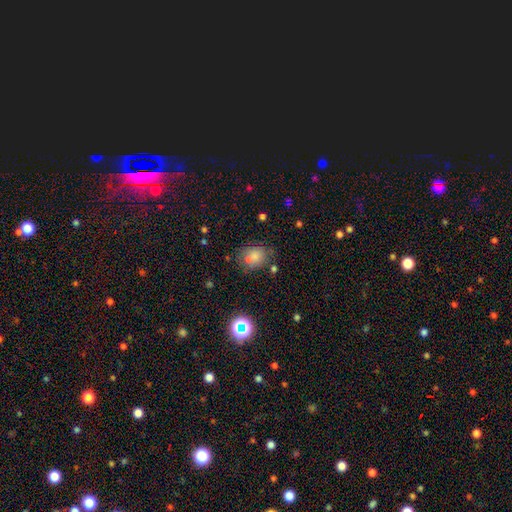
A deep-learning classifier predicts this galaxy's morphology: Smooth or featured? smooth (64%)
How rounded? in between (51%)
Merging? none (68%)